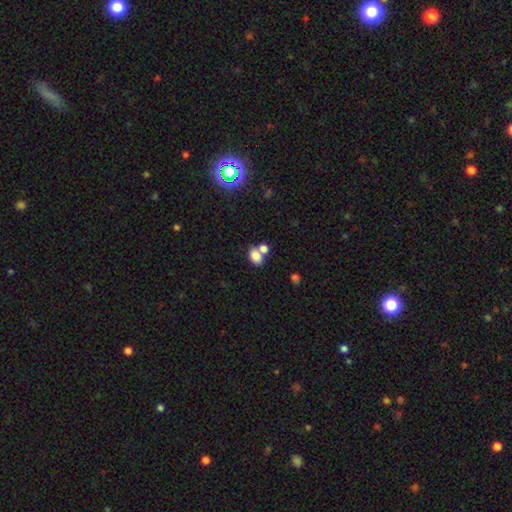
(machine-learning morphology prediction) Overall: smooth (80%). How rounded: in between (71%). Merging: merger (47%; none 38%).